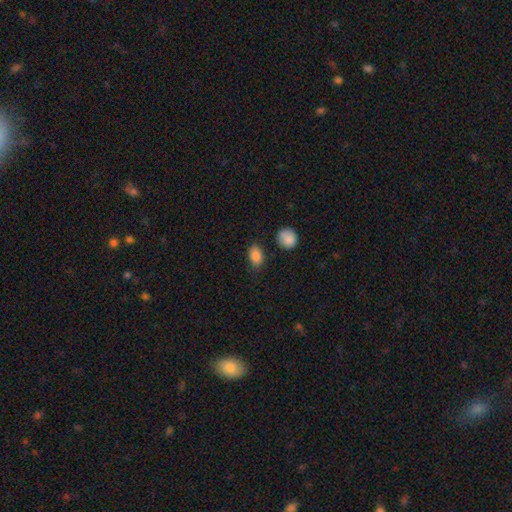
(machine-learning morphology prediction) Q: Smooth or featured?
A: smooth (87%); runner-up: star or artifact (9%)
Q: How rounded?
A: in between (83%); runner-up: round (15%)
Q: Merging?
A: none (78%); runner-up: minor disturbance (15%)